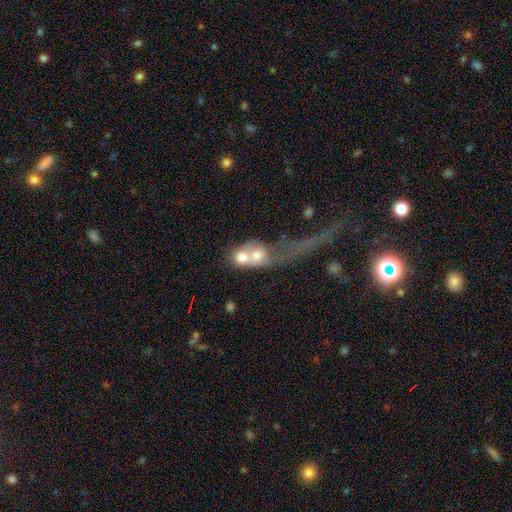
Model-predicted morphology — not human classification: type=smooth (56%); roundness=in between (48%); merging=merger (70%).